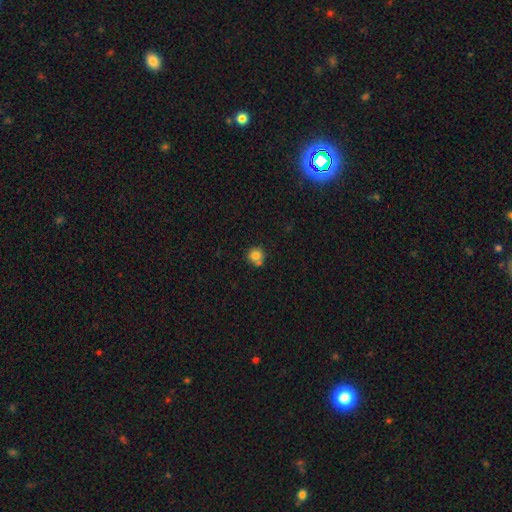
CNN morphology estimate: Overall: smooth (81%). How rounded: round (92%). Merging: none (67%).